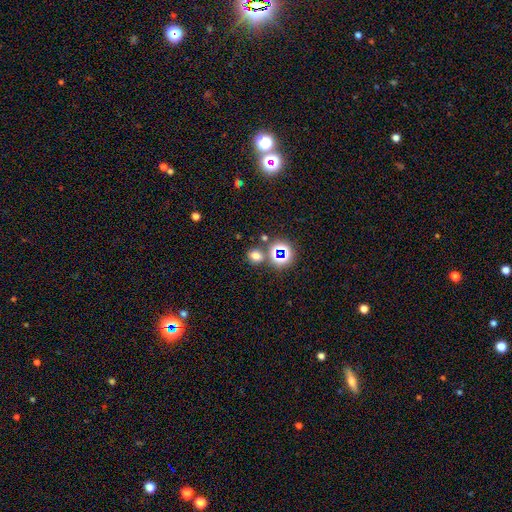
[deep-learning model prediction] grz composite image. It shows a smooth galaxy with no disk features (65%) that is round (70%). Merging: none (75%).